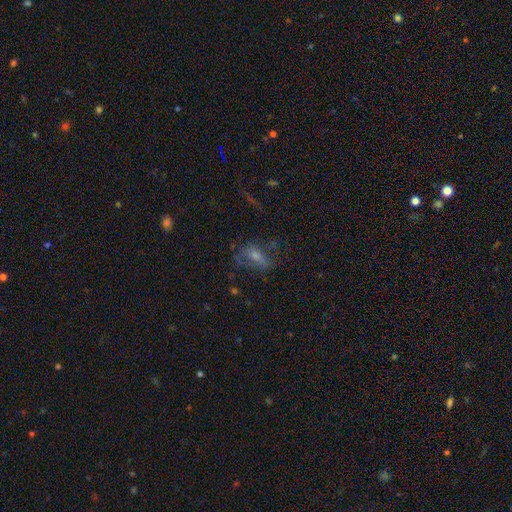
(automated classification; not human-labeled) This is marginally a featured or disk galaxy (38%). Merging: possibly none (50%).